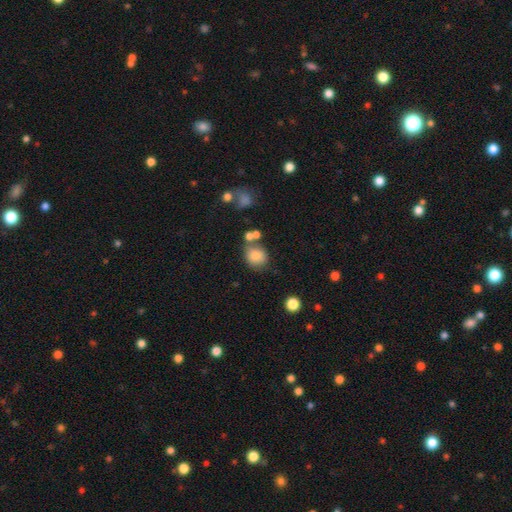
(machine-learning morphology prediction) type=smooth (81%); roundness=round (70%); merging=none (59%).